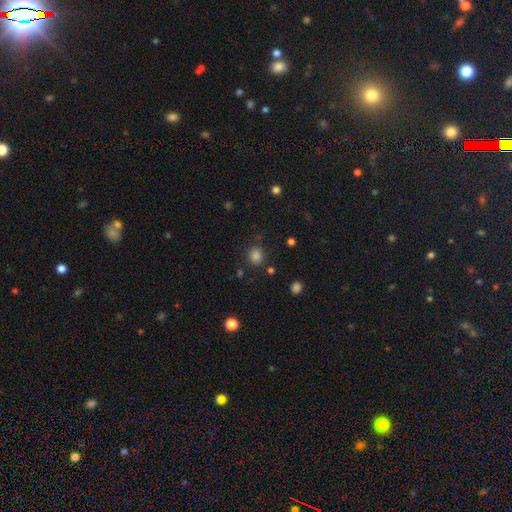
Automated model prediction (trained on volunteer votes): This is clearly a smooth galaxy (83%). How rounded: clearly round (81%). Merging: clearly none (83%).